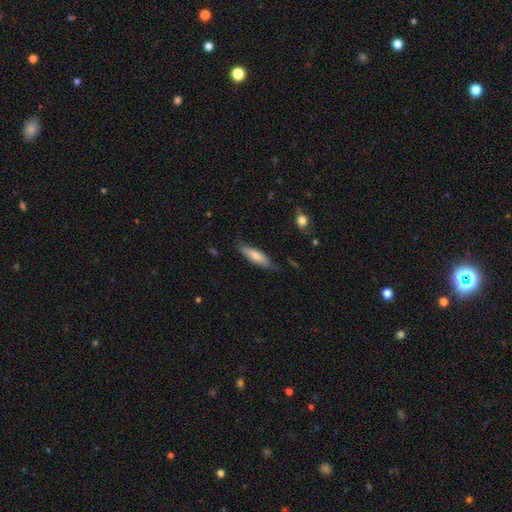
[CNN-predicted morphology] Smooth or featured: smooth — 70% (featured or disk — 24%)
How rounded: cigar-shaped — 63% (in between — 36%)
Merging: none — 70% (minor disturbance — 23%)